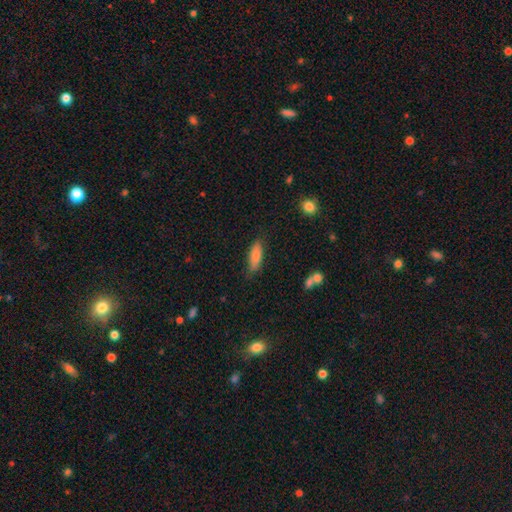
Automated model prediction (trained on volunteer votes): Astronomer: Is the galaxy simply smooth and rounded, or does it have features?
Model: smooth — 85%.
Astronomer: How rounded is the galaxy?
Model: in between — 56% (runner-up: cigar-shaped, 42%).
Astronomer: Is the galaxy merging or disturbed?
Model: none — 79%.